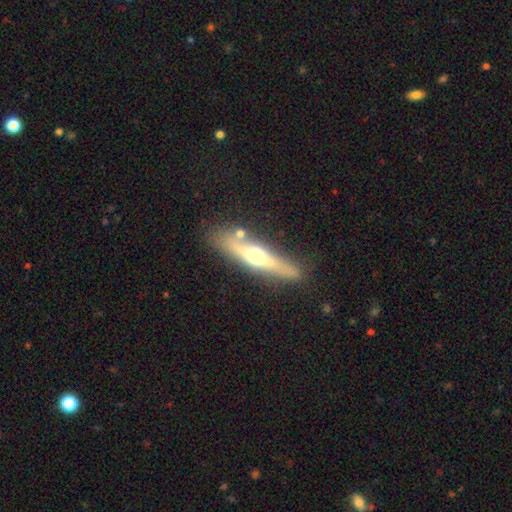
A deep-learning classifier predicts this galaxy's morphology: This is likely a featured or disk galaxy (60%). It is clearly viewed edge-on (90%). Edge-on bulge: clearly rounded (92%). Merging: likely none (79%).